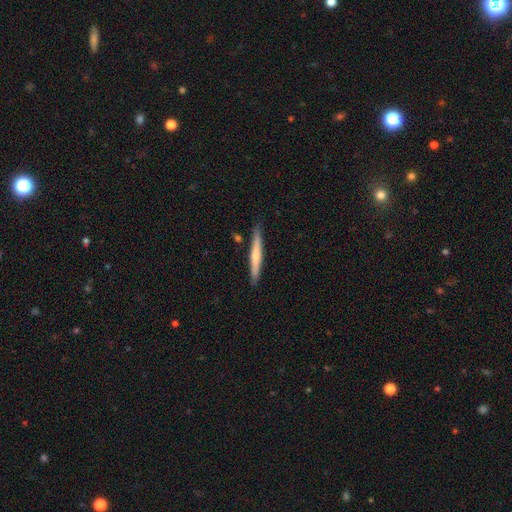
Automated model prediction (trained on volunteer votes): Morphology: type=smooth (54%); roundness=cigar-shaped (96%); merging=none (87%).